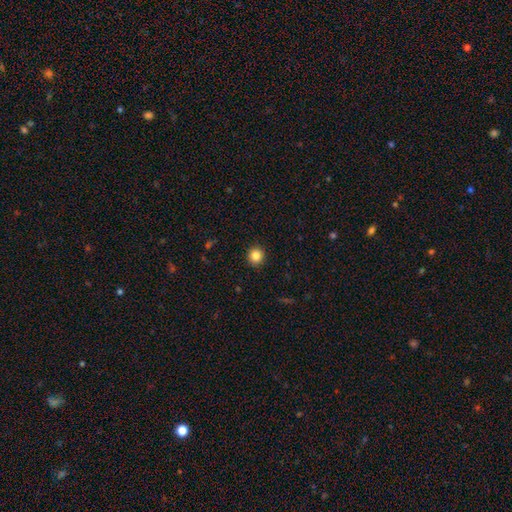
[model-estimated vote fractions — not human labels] This is clearly a smooth galaxy (85%). How rounded: clearly round (92%). Merging: clearly none (92%).